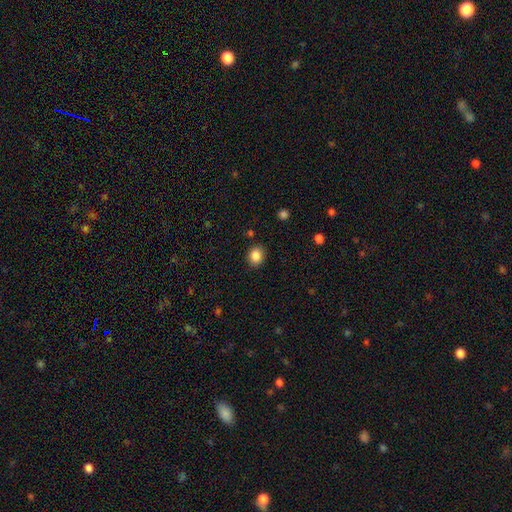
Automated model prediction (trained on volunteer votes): Q: Smooth or featured?
A: smooth (86%); runner-up: star or artifact (10%)
Q: How rounded?
A: round (57%); runner-up: in between (42%)
Q: Merging?
A: none (87%); runner-up: minor disturbance (9%)